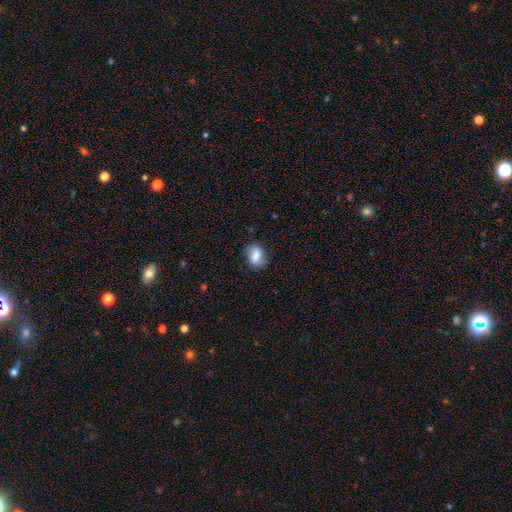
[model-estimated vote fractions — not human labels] Q: Smooth or featured?
A: smooth (75%); runner-up: featured or disk (16%)
Q: How rounded?
A: in between (64%); runner-up: round (34%)
Q: Merging?
A: none (74%); runner-up: minor disturbance (19%)